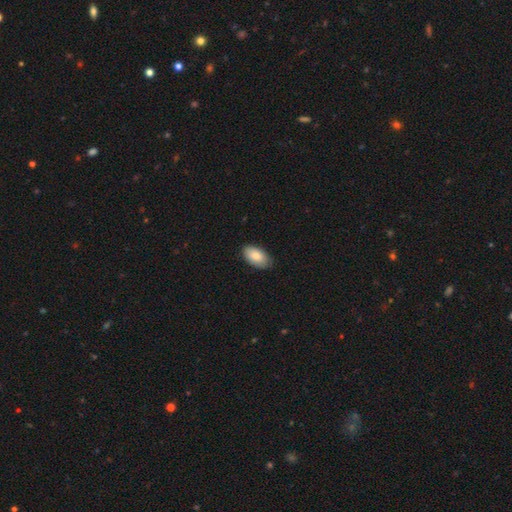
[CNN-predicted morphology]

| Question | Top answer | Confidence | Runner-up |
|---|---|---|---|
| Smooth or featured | smooth | 86% | featured or disk (8%) |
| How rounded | in between | 95% | round (3%) |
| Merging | none | 81% | minor disturbance (16%) |